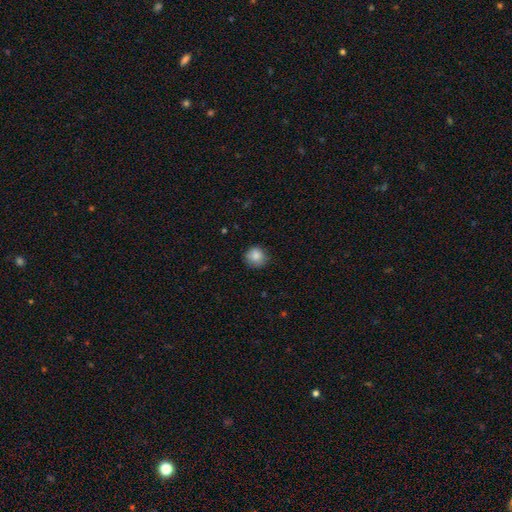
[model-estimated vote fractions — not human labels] smooth_or_featured: smooth (p=0.85) [alt: star or artifact p=0.09]
how_rounded: round (p=0.88) [alt: in between p=0.11]
merging: none (p=0.79) [alt: minor disturbance p=0.17]